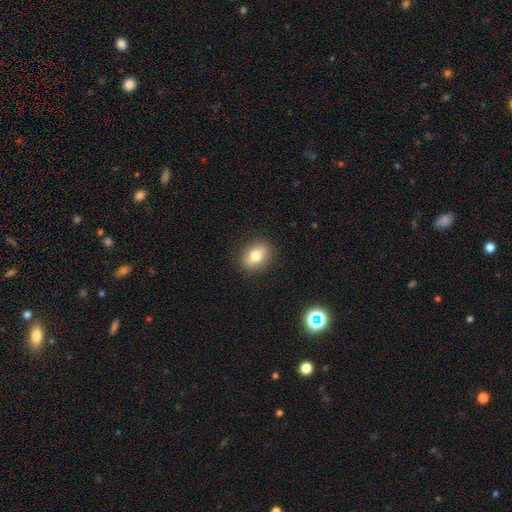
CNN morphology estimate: smooth_or_featured: smooth (p=0.72) [alt: featured or disk p=0.19]
how_rounded: in between (p=0.65) [alt: round p=0.32]
merging: none (p=0.88) [alt: minor disturbance p=0.09]